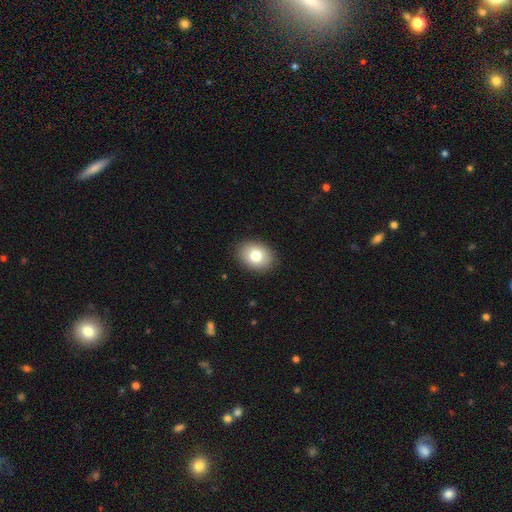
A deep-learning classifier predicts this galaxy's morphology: smooth 78%, featured or disk 13%, star or artifact 9%. Down the decision tree: how rounded — in between (64%); merging — none (90%).